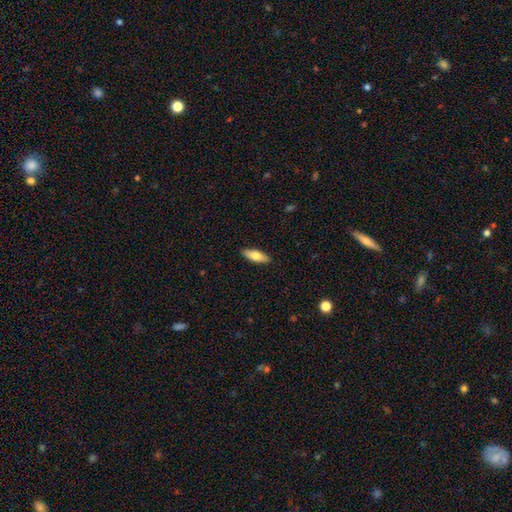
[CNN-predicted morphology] type=smooth (70%); roundness=in between (63%); merging=none (89%).